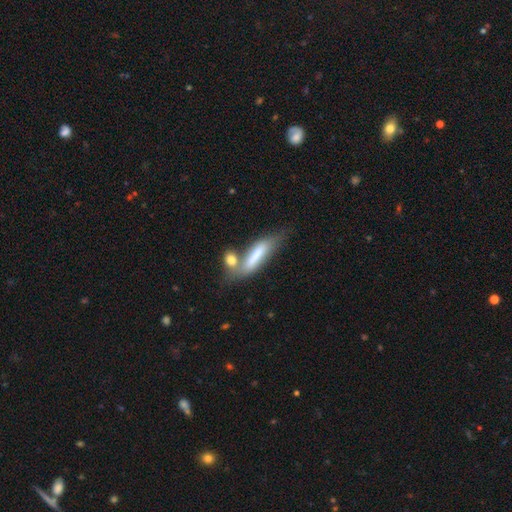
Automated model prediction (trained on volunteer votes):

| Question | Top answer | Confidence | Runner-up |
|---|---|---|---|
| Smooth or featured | smooth | 67% | featured or disk (26%) |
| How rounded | cigar-shaped | 64% | in between (33%) |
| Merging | merger | 40% | none (29%) |